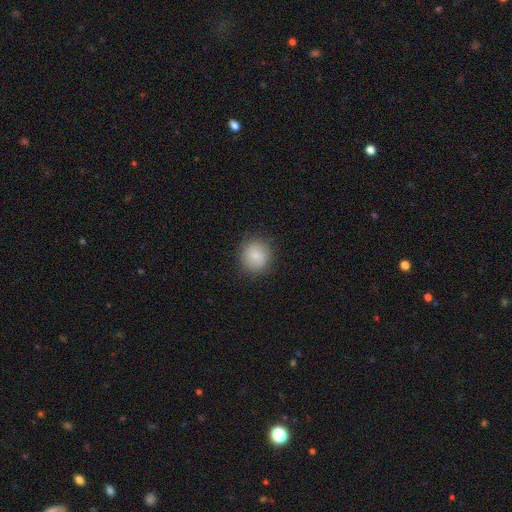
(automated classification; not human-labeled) A smooth galaxy with no disk features (85%) that is round (90%). Merging: none (87%).